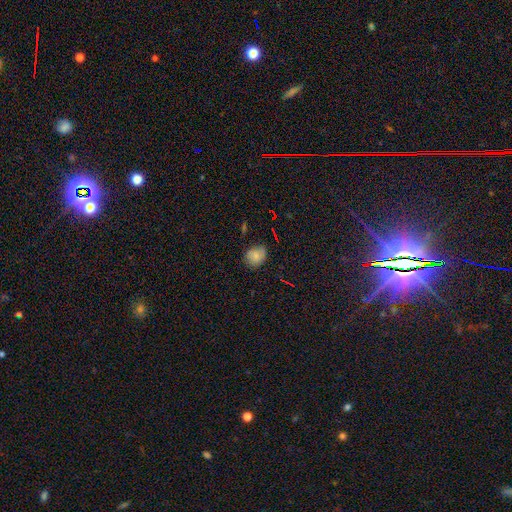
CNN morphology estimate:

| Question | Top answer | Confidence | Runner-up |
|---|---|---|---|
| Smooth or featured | smooth | 71% | star or artifact (15%) |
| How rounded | round | 64% | in between (35%) |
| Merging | none | 67% | minor disturbance (26%) |